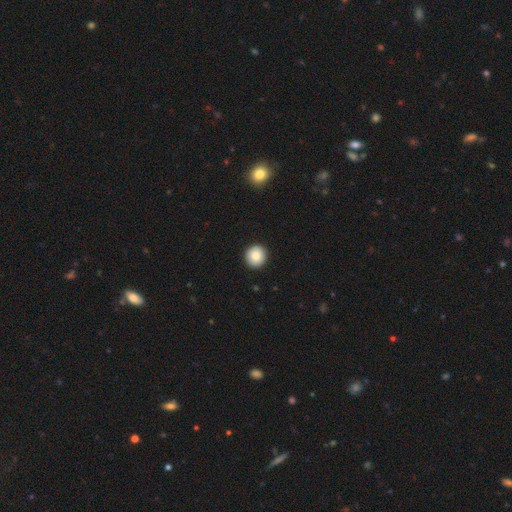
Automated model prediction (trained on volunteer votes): Smooth or featured? Predicted: smooth (p=0.87). How rounded? Predicted: round (p=0.94). Merging? Predicted: none (p=0.93).